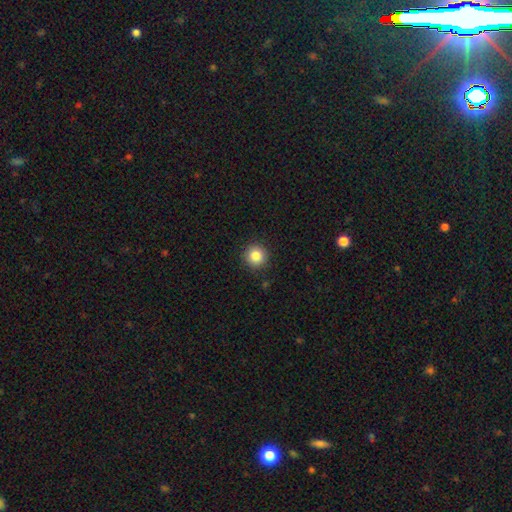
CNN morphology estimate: Smooth or featured? Predicted: smooth (p=0.85). How rounded? Predicted: round (p=0.95). Merging? Predicted: none (p=0.91).